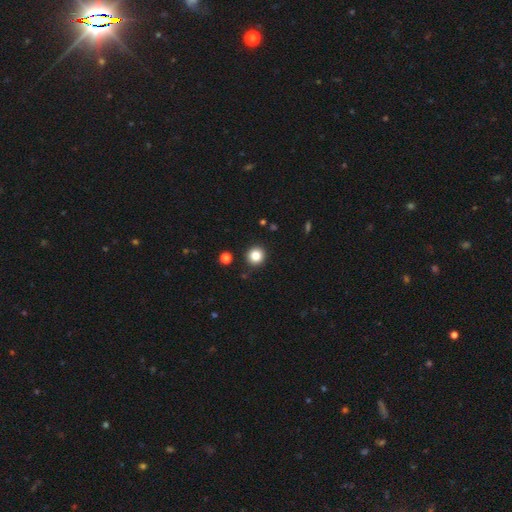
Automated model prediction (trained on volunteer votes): A smooth galaxy with no disk features (83%) that is round (93%).

Vote fractions:
- Smooth or featured? smooth: 83% / star or artifact: 11% / featured or disk: 6%
- How rounded? round: 93% / in between: 6% / cigar-shaped: 1%
- Merging? none: 90% / minor disturbance: 6% / merger: 2% / major disturbance: 2%